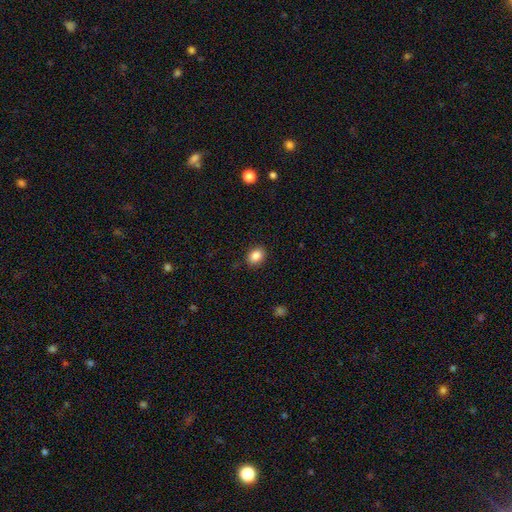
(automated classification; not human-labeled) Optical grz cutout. It shows a smooth galaxy with no disk features (86%) that is in between round and cigar-shaped (58%). Merging: none (87%).